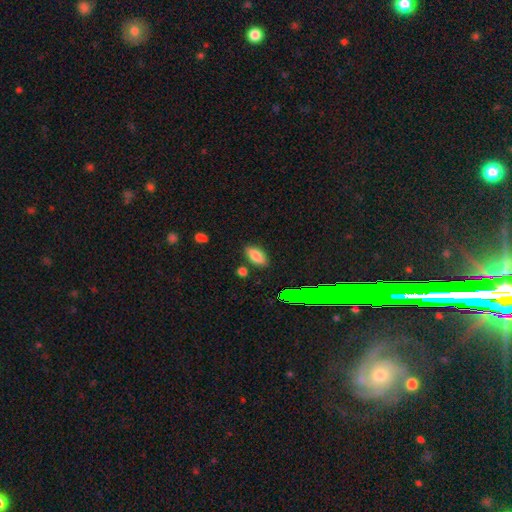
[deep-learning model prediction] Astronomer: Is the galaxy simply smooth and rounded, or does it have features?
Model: smooth — 80%.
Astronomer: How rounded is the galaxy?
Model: in between — 87%.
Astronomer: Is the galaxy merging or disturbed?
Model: none — 81%.